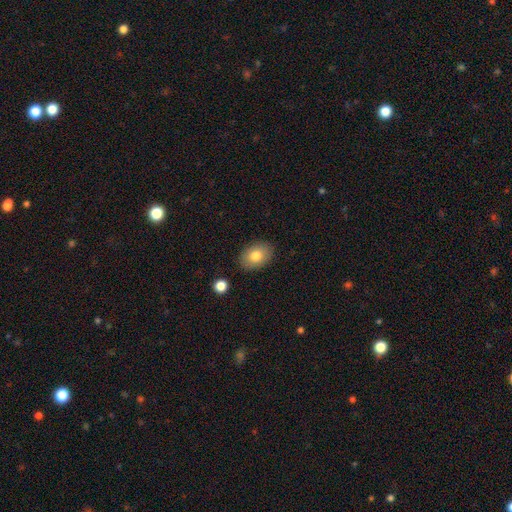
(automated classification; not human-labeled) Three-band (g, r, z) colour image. It shows a smooth galaxy with no disk features (80%) that is in between round and cigar-shaped (80%). Merging: none (86%).